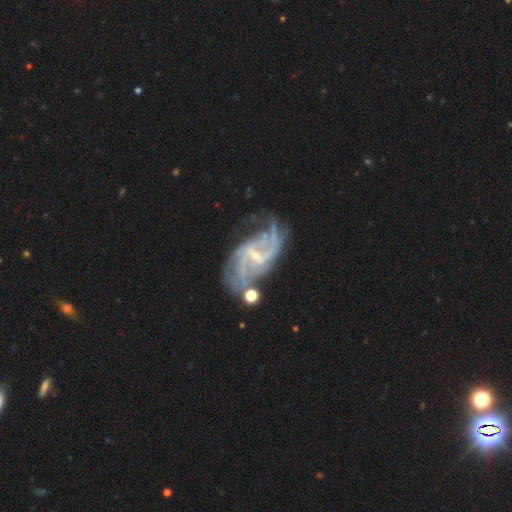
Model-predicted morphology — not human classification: A featured or disk galaxy (87%) with a weak bar (48%), 2 (45%) medium (41%) spiral arms (94%) and a small central bulge (77%).

Vote fractions:
- Smooth or featured? featured or disk: 87% / star or artifact: 7% / smooth: 5%
- Edge-on disk? no: 96% / yes: 4%
- Bar? weak: 48% / strong: 30% / no: 22%
- Spiral arms? yes: 94% / no: 6%
- Spiral winding? medium: 41% / loose: 39% / tight: 20%
- Spiral arm count? 2: 45% / can't tell: 21% / 3: 13% / 4: 8% / 1: 6% / more than 4: 6%
- Bulge size? small: 77% / moderate: 12% / none: 9% / large: 1% / dominant: 1%
- Merging? none: 49% / minor disturbance: 22% / major disturbance: 21% / merger: 8%